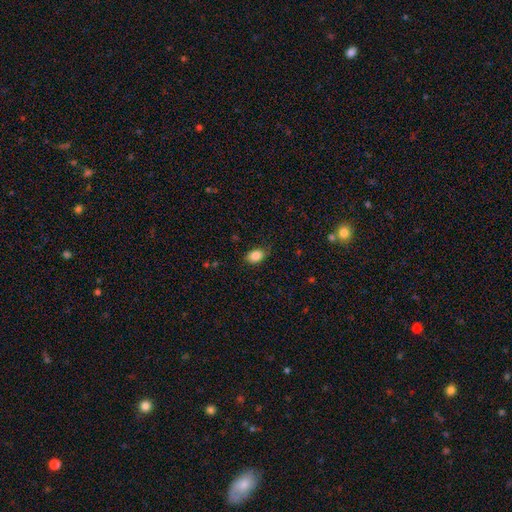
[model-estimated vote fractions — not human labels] smooth 87%, star or artifact 8%, featured or disk 5%. Down the decision tree: how rounded — in between (80%); merging — none (80%).